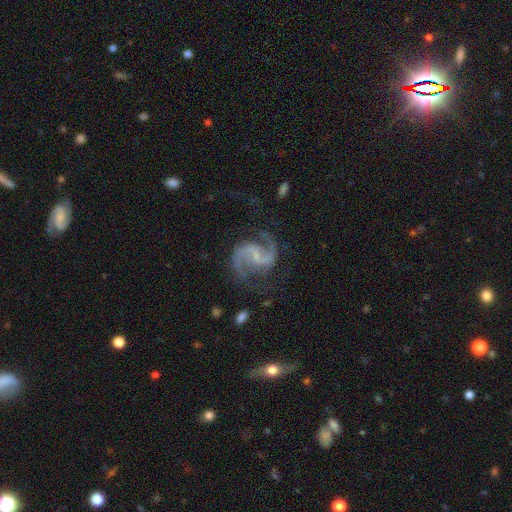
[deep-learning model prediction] This appears to be a featured or disk galaxy (93%) with a weak bar (50%), 2 (94%) medium (58%) spiral arms (98%) and a small central bulge (49%). Merging: none (73%).